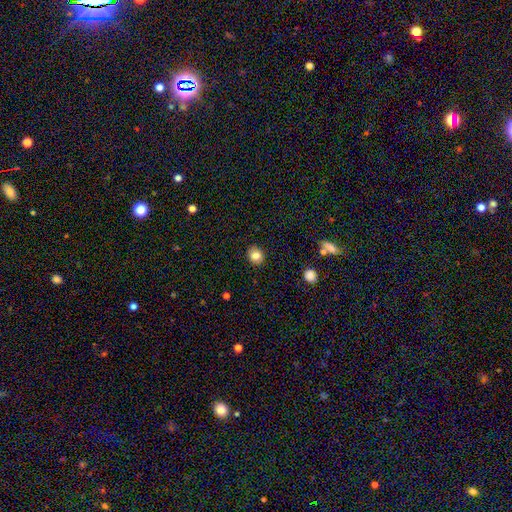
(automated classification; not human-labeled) A smooth galaxy with no disk features (82%) that is round (69%).

Vote fractions:
- Smooth or featured? smooth: 82% / star or artifact: 11% / featured or disk: 8%
- How rounded? round: 69% / in between: 30% / cigar-shaped: 1%
- Merging? none: 89% / minor disturbance: 8% / major disturbance: 2% / merger: 1%